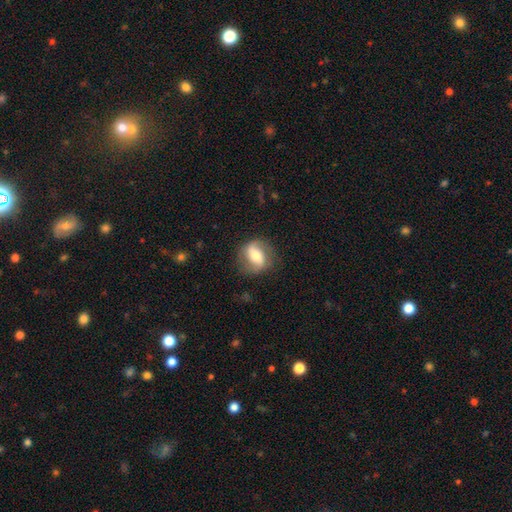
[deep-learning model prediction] Smooth or featured? Predicted: featured or disk (p=0.56). Edge-on disk? Predicted: no (p=0.92). Bar? Predicted: strong (p=0.43). Spiral arms? Predicted: yes (p=0.73). Bulge size? Predicted: moderate (p=0.63). Merging? Predicted: none (p=0.78).